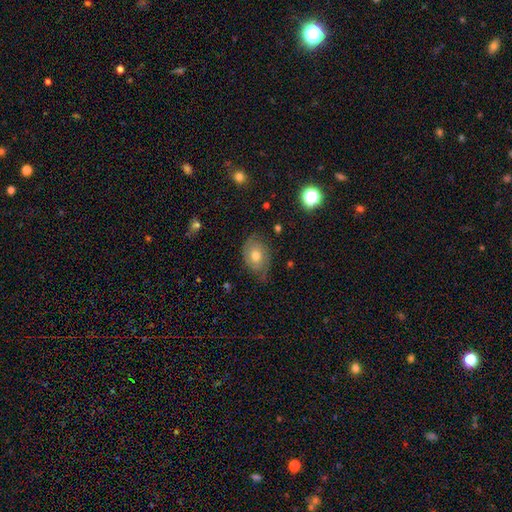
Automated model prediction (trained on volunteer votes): Smooth or featured? featured or disk (47%)
Merging? none (58%)